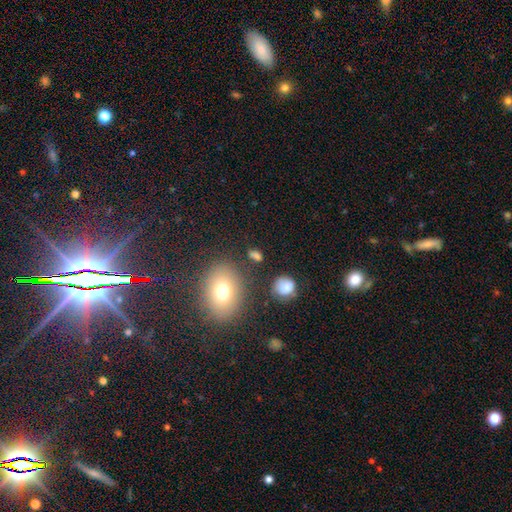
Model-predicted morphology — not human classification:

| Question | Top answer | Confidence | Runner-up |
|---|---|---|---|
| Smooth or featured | smooth | 72% | star or artifact (17%) |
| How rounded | in between | 62% | round (32%) |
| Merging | none | 74% | minor disturbance (13%) |